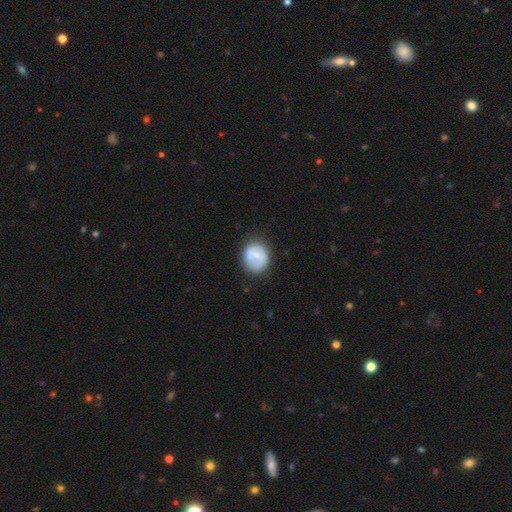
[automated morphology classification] This is likely a smooth galaxy (66%). How rounded: likely round (75%). Merging: likely none (71%).